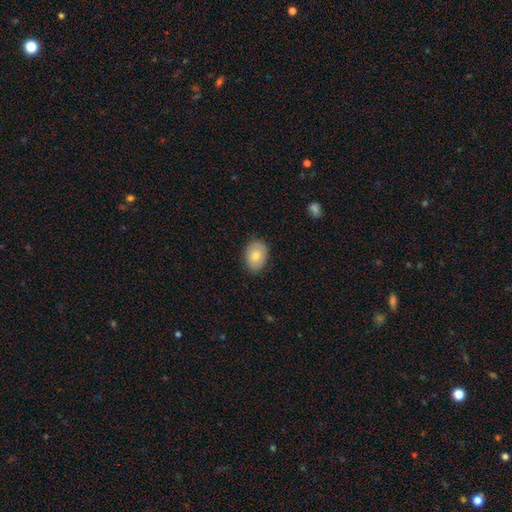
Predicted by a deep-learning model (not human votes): Smooth or featured?
  - smooth: 77% *
  - featured or disk: 16%
  - star or artifact: 7%
How rounded?
  - in between: 71% *
  - round: 28%
  - cigar-shaped: 1%
Merging?
  - none: 86% *
  - minor disturbance: 11%
  - major disturbance: 2%
  - merger: 1%